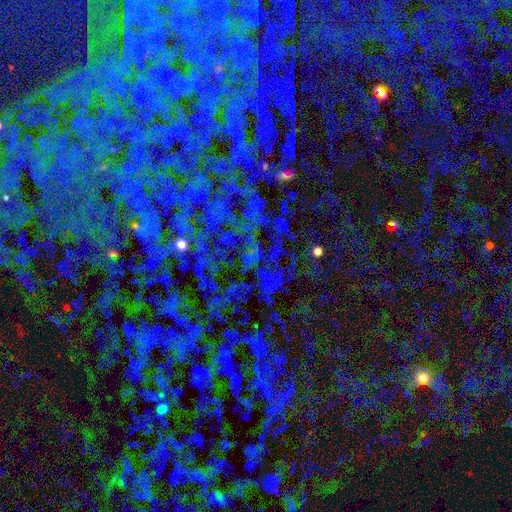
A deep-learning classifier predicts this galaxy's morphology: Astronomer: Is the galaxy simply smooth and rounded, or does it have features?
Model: star or artifact — 84%.